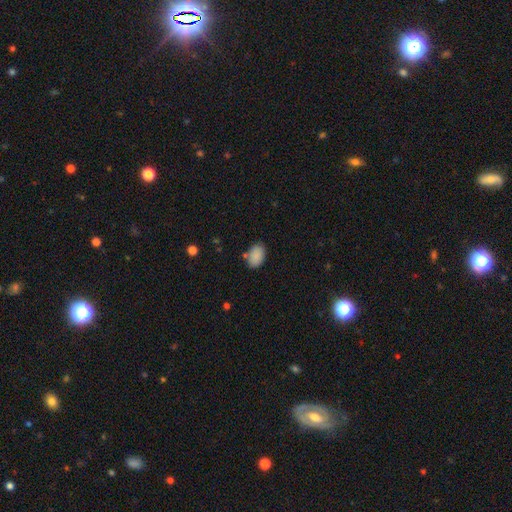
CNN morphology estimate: type=smooth (88%); roundness=in between (88%); merging=none (78%).